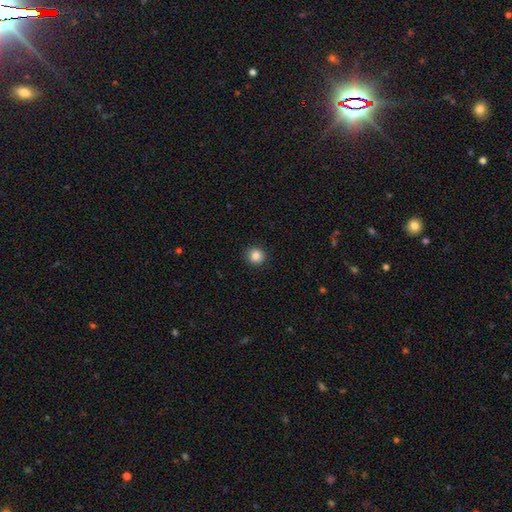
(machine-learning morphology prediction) A smooth galaxy with no disk features (85%) that is round (91%).

Vote fractions:
- Smooth or featured? smooth: 85% / star or artifact: 10% / featured or disk: 5%
- How rounded? round: 91% / in between: 8% / cigar-shaped: 1%
- Merging? none: 91% / minor disturbance: 6% / major disturbance: 2% / merger: 1%